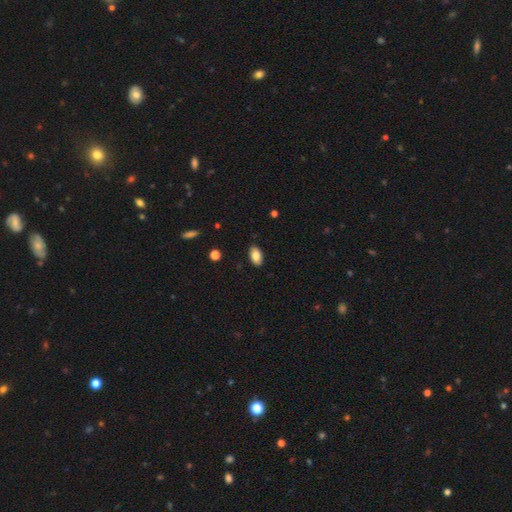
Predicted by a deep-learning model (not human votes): Q: Smooth or featured?
A: smooth (84%); runner-up: featured or disk (8%)
Q: How rounded?
A: in between (93%); runner-up: round (5%)
Q: Merging?
A: none (88%); runner-up: minor disturbance (9%)